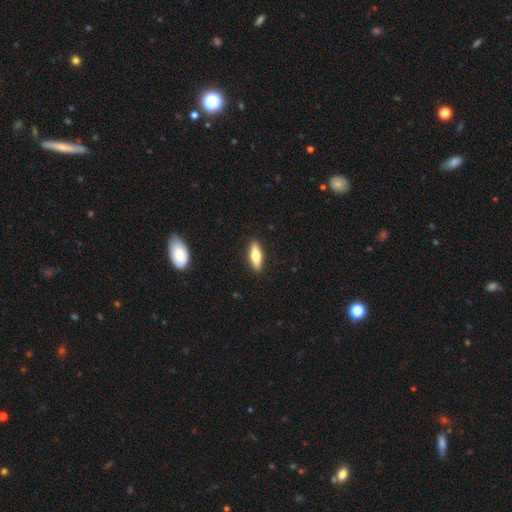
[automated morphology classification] The model was most divided on "how rounded": in between: 51%, cigar-shaped: 46%, round: 3%. More confident: merging — none (90%); smooth or featured — smooth (57%).